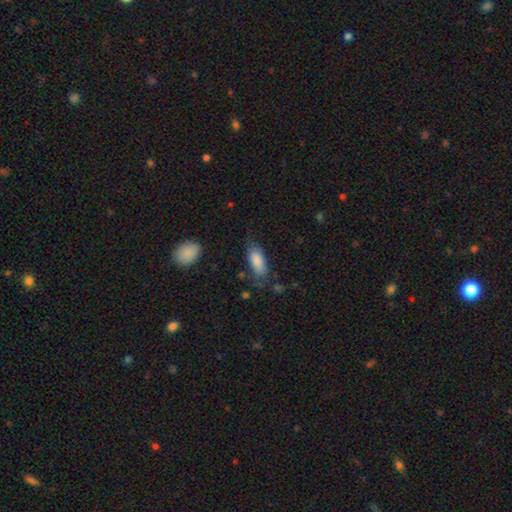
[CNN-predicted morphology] Smooth or featured?
  - smooth: 56% *
  - star or artifact: 24%
  - featured or disk: 20%
How rounded?
  - in between: 71% *
  - cigar-shaped: 22%
  - round: 7%
Merging?
  - none: 77% *
  - minor disturbance: 14%
  - major disturbance: 5%
  - merger: 4%